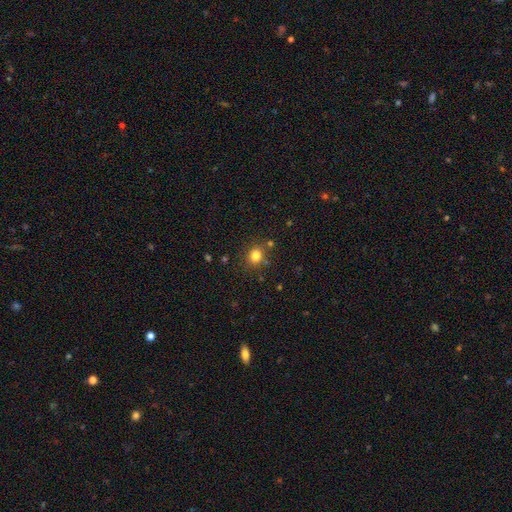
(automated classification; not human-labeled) Smooth or featured: smooth — 81% (star or artifact — 14%)
How rounded: round — 81% (in between — 18%)
Merging: none — 82% (minor disturbance — 9%)